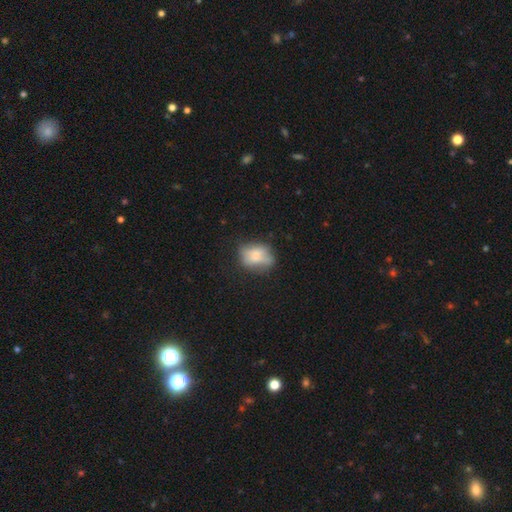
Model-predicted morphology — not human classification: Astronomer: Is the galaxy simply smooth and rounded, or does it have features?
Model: smooth — 65%.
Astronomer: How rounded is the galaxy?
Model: in between — 65%.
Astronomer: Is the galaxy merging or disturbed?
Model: none — 50% (runner-up: minor disturbance, 31%).